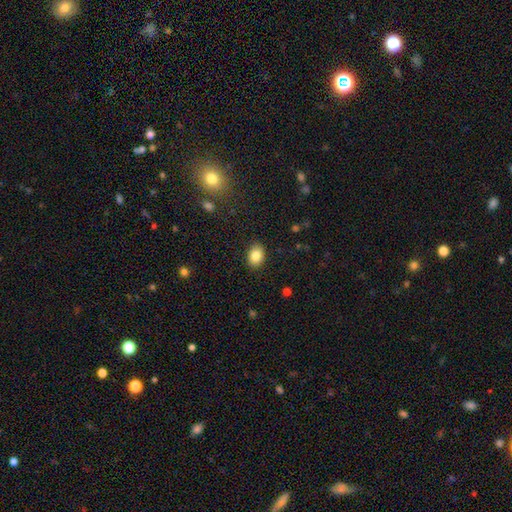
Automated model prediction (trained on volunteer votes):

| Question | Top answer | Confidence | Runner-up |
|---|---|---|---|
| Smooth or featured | smooth | 85% | star or artifact (8%) |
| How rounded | in between | 71% | round (29%) |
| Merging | none | 89% | minor disturbance (8%) |